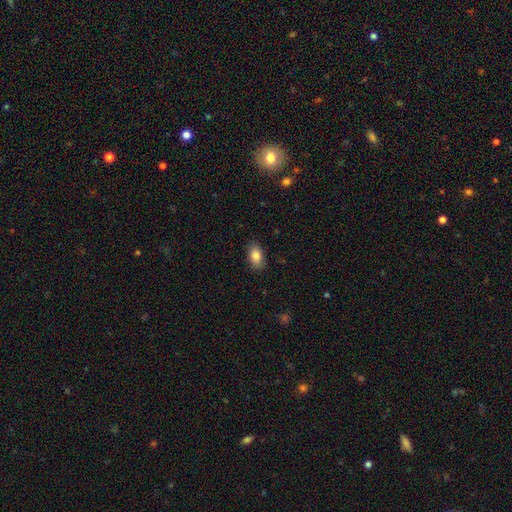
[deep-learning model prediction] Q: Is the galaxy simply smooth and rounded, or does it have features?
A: smooth — 86%.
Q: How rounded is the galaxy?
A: in between — 90%.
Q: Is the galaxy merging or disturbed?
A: none — 87%.